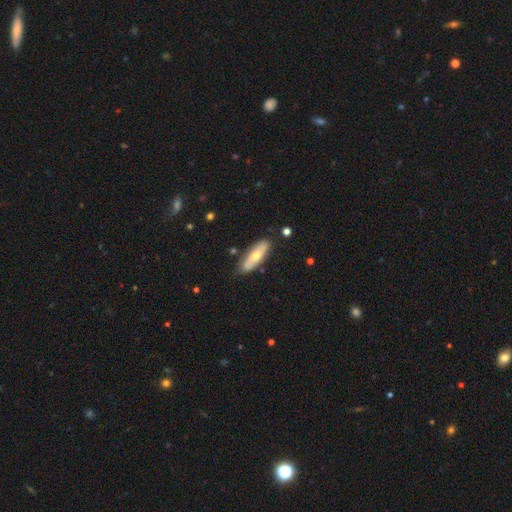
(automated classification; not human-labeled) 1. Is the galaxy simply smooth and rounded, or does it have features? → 49% smooth, 46% featured or disk, 5% star or artifact.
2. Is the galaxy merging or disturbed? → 81% none, 14% minor disturbance, 3% major disturbance, 2% merger.